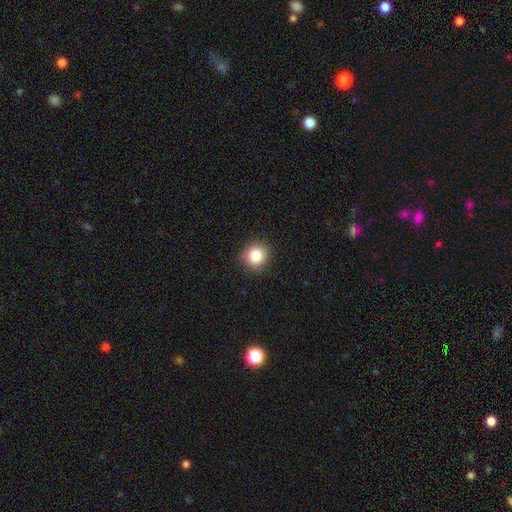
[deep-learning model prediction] Smooth or featured?
  - smooth: 85% *
  - star or artifact: 10%
  - featured or disk: 5%
How rounded?
  - round: 88% *
  - in between: 11%
  - cigar-shaped: 1%
Merging?
  - none: 90% *
  - minor disturbance: 7%
  - major disturbance: 2%
  - merger: 1%